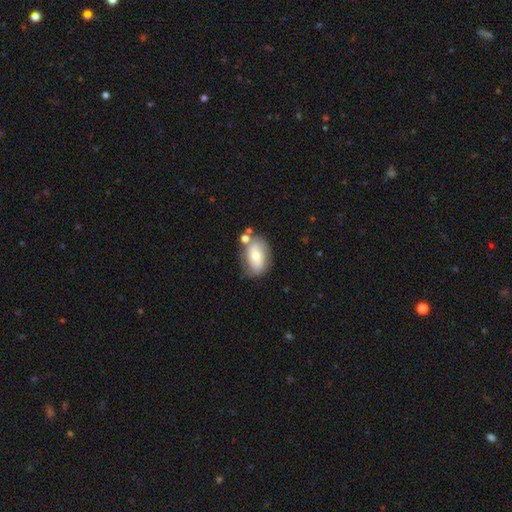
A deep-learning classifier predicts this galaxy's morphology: smooth_or_featured: smooth (p=0.56) [alt: featured or disk p=0.36]
how_rounded: in between (p=0.86) [alt: round p=0.12]
merging: none (p=0.59) [alt: minor disturbance p=0.21]